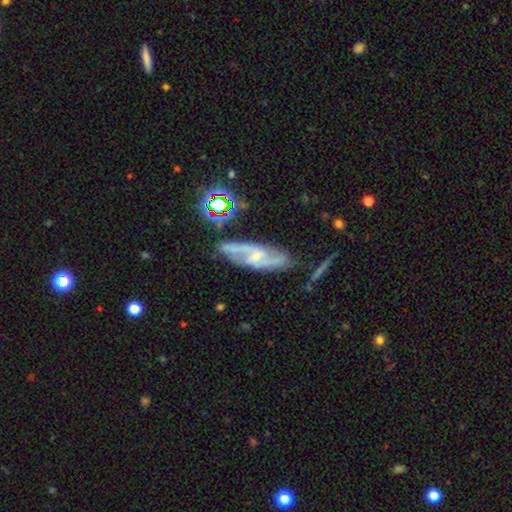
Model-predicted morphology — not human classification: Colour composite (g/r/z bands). It shows a featured or disk galaxy (76%) with a weak bar (43%), 2 (78%) medium (45%) spiral arms (92%) and a small central bulge (68%). Merging: none (67%).